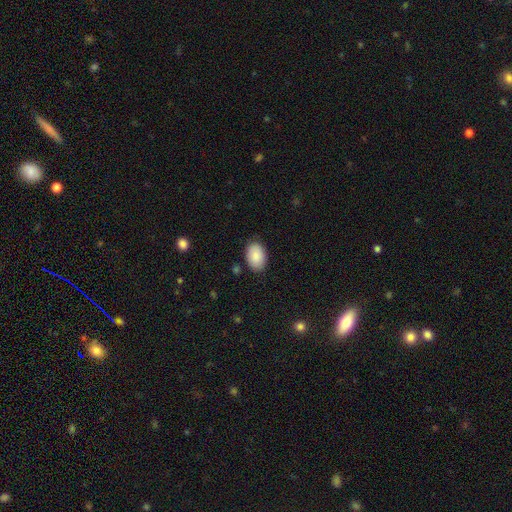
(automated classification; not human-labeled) smooth 89%, star or artifact 6%, featured or disk 4%. Down the decision tree: how rounded — in between (87%); merging — none (86%).